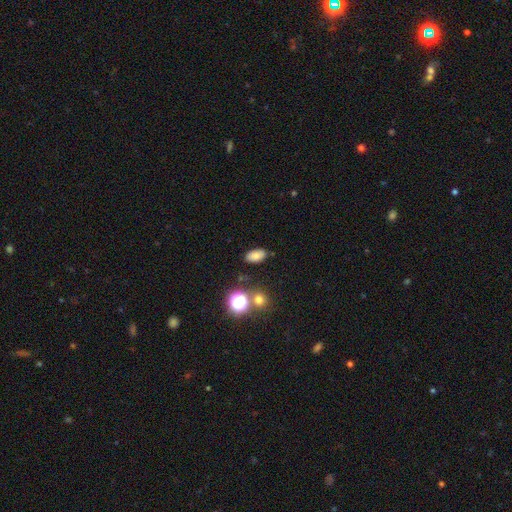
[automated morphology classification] This is likely a smooth galaxy (77%). How rounded: clearly in between (89%). Merging: clearly none (83%).